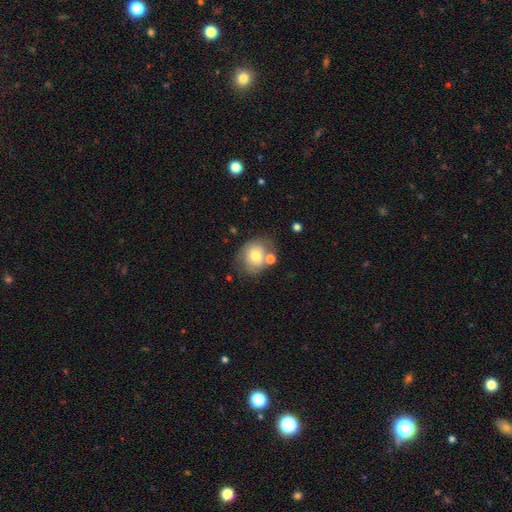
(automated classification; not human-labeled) Q: Smooth or featured?
A: smooth (63%); runner-up: featured or disk (28%)
Q: How rounded?
A: round (59%); runner-up: in between (40%)
Q: Merging?
A: none (53%); runner-up: minor disturbance (20%)